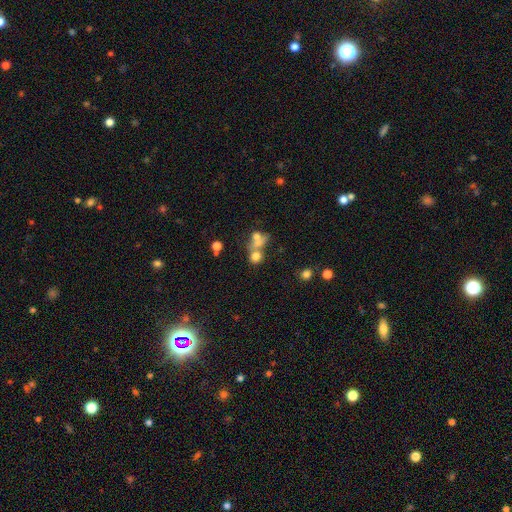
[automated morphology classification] The model was most divided on "smooth or featured": smooth: 45%, star or artifact: 38%, featured or disk: 17%. Remaining: merging — merger (50%).